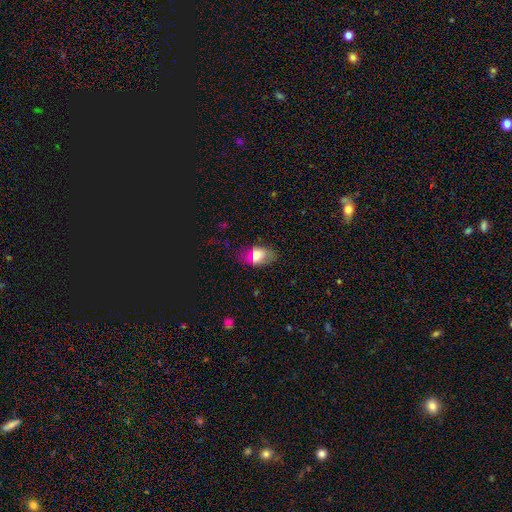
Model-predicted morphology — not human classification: The model was most divided on "merging": none: 69%, minor disturbance: 21%, major disturbance: 8%, merger: 2%. More confident: how rounded — in between (88%); smooth or featured — smooth (70%).